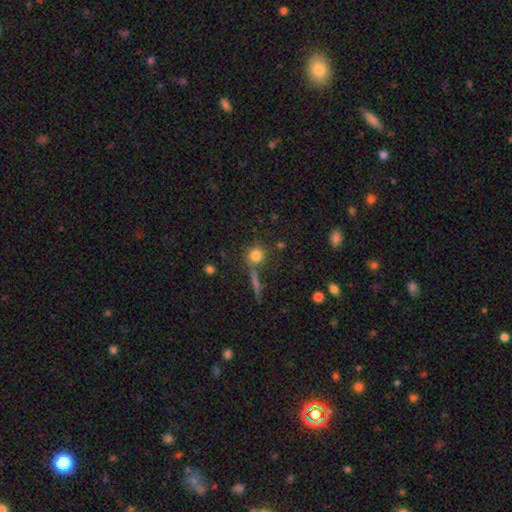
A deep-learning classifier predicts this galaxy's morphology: smooth-or-featured: smooth: 78% | star or artifact: 12% | featured or disk: 10%
  how-rounded: round: 88% | in between: 9% | cigar-shaped: 3%
  merging: none: 73% | merger: 12% | minor disturbance: 10% | major disturbance: 4%